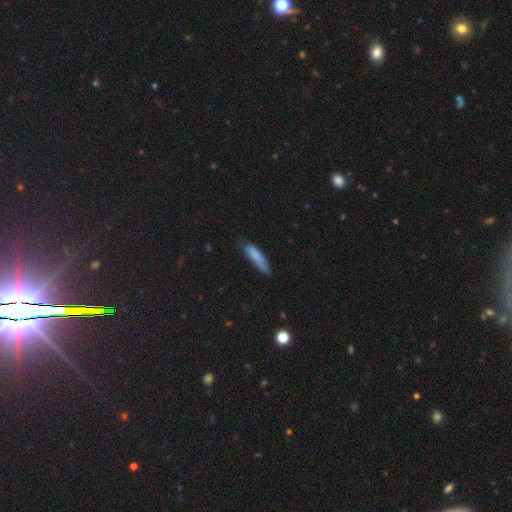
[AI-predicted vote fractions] Smooth or featured? smooth (80%)
How rounded? cigar-shaped (76%)
Merging? none (62%)